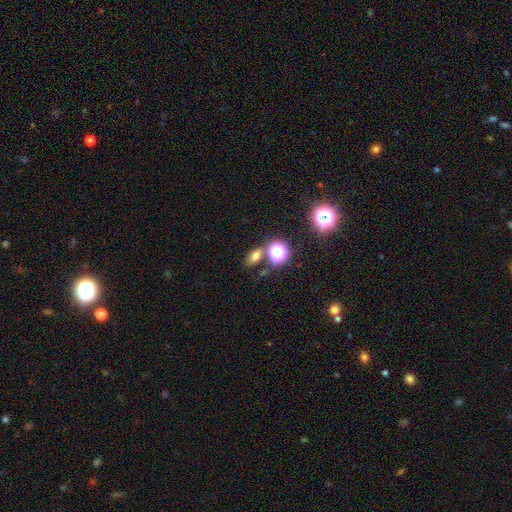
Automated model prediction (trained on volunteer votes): Smooth or featured? smooth (63%)
How rounded? in between (70%)
Merging? none (72%)